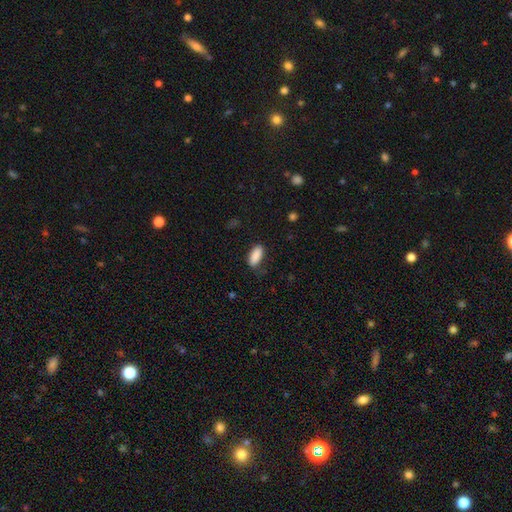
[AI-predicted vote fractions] Overall: smooth (89%). How rounded: in between (85%). Merging: none (76%).